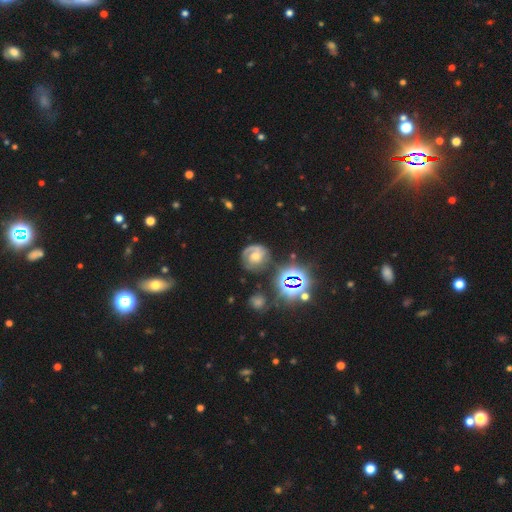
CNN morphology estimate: smooth-or-featured: featured or disk: 59% | star or artifact: 21% | smooth: 20%
  disk-edge-on: no: 97% | yes: 3%
    bar: no: 64% | weak: 27% | strong: 9%
    has-spiral-arms: yes: 84% | no: 16%
    bulge-size: moderate: 61% | small: 27% | large: 7% | none: 4% | dominant: 2%
  merging: none: 65% | minor disturbance: 20% | major disturbance: 11% | merger: 5%